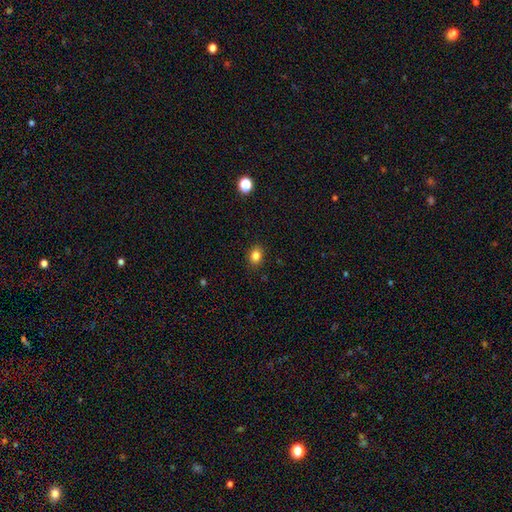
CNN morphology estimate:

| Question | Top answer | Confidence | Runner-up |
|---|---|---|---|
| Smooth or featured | smooth | 84% | star or artifact (11%) |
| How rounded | in between | 59% | round (40%) |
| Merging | none | 89% | minor disturbance (8%) |